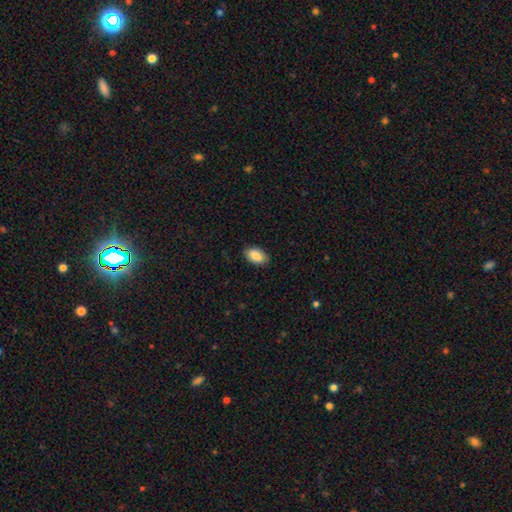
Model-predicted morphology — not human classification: This appears to be a smooth galaxy with no disk features (86%) that is in between round and cigar-shaped (93%). Merging: none (87%).